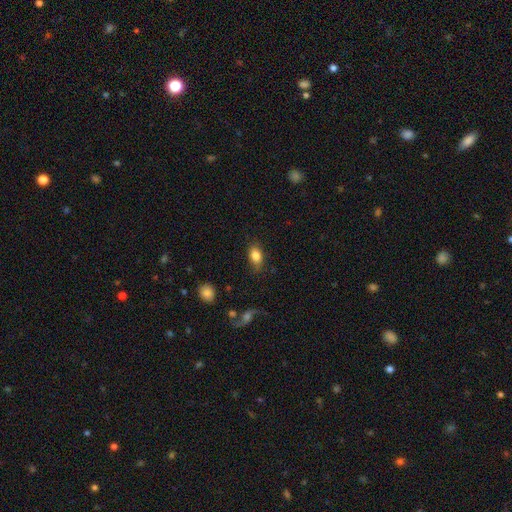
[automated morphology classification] Smooth or featured? Predicted: smooth (p=0.84). How rounded? Predicted: in between (p=0.84). Merging? Predicted: none (p=0.78).